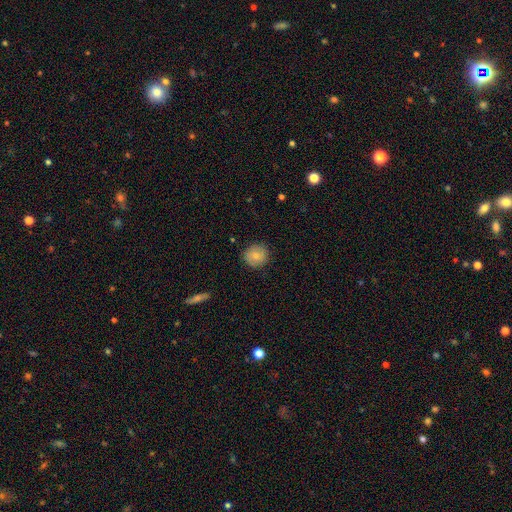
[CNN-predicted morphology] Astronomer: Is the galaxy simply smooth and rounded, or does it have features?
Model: smooth — 79%.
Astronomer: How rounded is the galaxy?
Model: round — 90%.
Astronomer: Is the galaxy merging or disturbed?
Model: none — 86%.